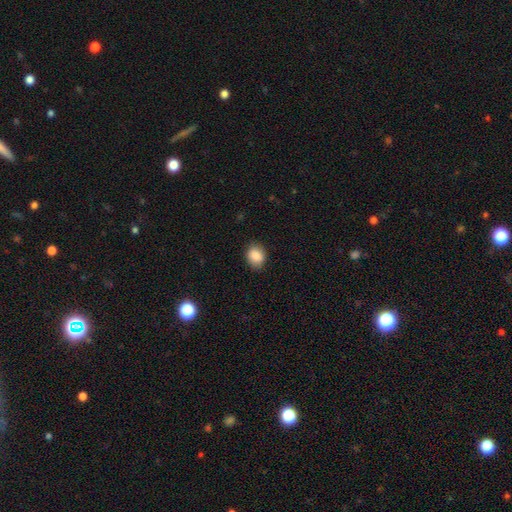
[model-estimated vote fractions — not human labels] smooth 86%, star or artifact 9%, featured or disk 5%. Down the decision tree: how rounded — round (53%); merging — none (85%).